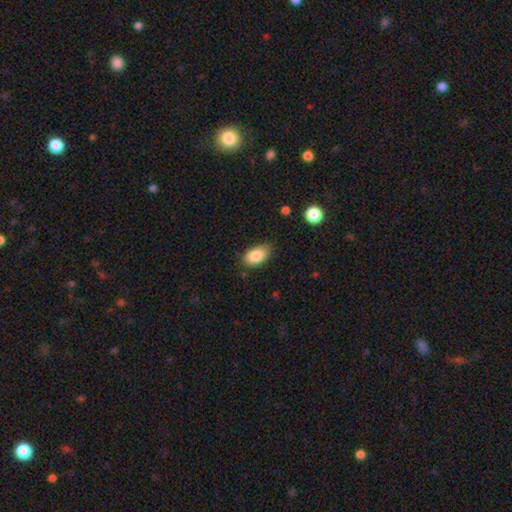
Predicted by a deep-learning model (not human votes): This is clearly a smooth galaxy (84%). How rounded: clearly in between (93%). Merging: likely none (78%).